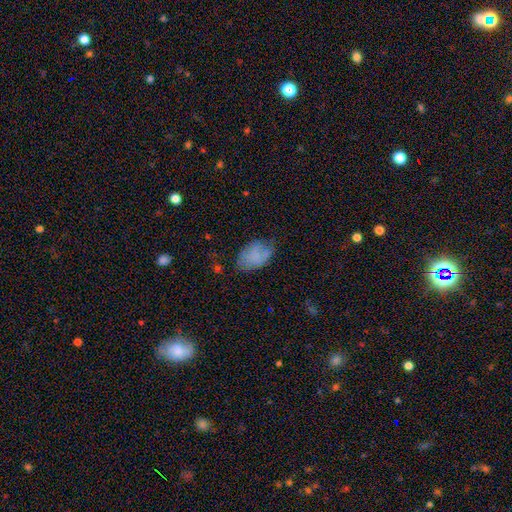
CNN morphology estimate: Smooth or featured? Predicted: smooth (p=0.73). How rounded? Predicted: in between (p=0.90). Merging? Predicted: none (p=0.55).